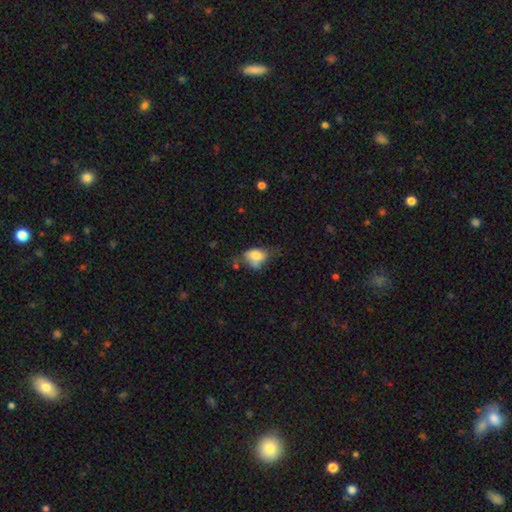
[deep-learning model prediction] Smooth or featured?
  - smooth: 75% *
  - featured or disk: 16%
  - star or artifact: 9%
How rounded?
  - in between: 73% *
  - round: 25%
  - cigar-shaped: 2%
Merging?
  - minor disturbance: 38% *
  - none: 32%
  - major disturbance: 22%
  - merger: 8%